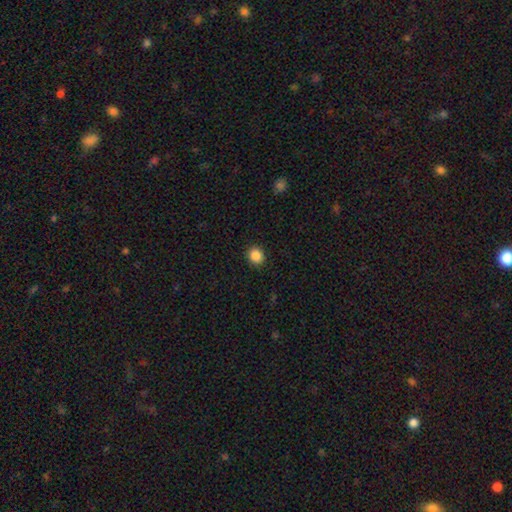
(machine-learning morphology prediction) Smooth or featured? Predicted: smooth (p=0.87). How rounded? Predicted: round (p=0.82). Merging? Predicted: none (p=0.91).